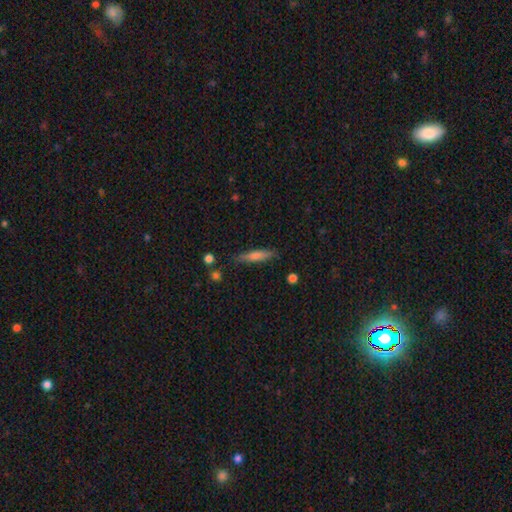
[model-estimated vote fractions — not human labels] Morphology: type=smooth (63%); roundness=cigar-shaped (86%); merging=none (84%).